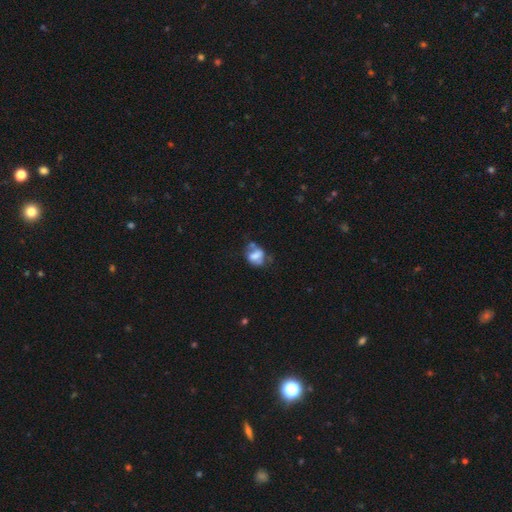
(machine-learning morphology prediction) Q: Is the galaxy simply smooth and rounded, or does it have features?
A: smooth — 55%.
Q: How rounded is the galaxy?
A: in between — 58%.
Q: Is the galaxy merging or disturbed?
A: none — 36%.